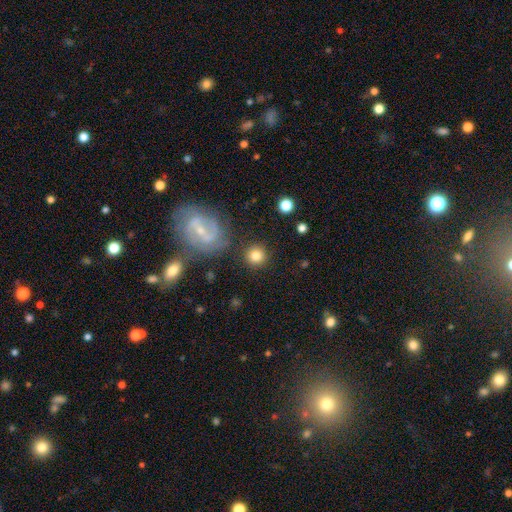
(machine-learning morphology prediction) Overall: smooth (79%). How rounded: round (93%). Merging: none (85%).